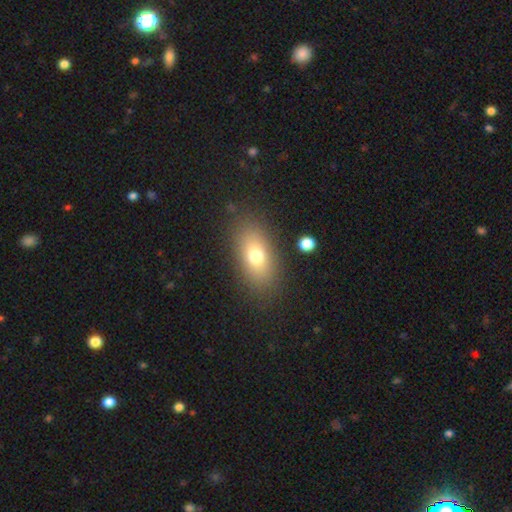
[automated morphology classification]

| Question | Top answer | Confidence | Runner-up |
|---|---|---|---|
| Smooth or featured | smooth | 74% | featured or disk (16%) |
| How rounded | in between | 85% | round (8%) |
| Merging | none | 84% | minor disturbance (10%) |